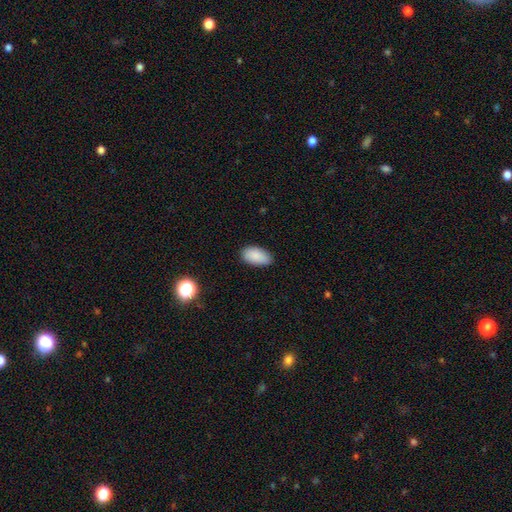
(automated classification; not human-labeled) smooth 88%, star or artifact 7%, featured or disk 5%. Down the decision tree: how rounded — in between (94%); merging — none (84%).